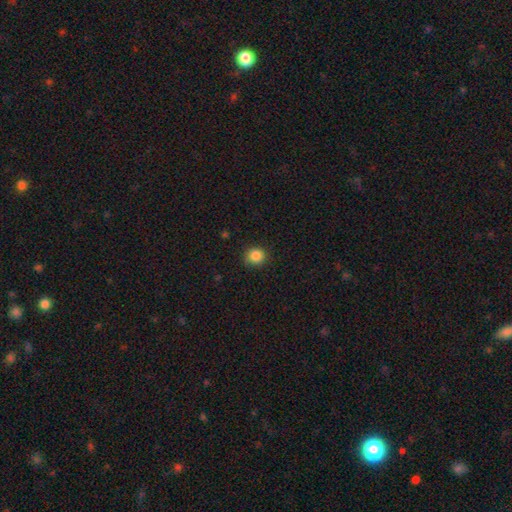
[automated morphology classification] smooth-or-featured: smooth: 85% | star or artifact: 11% | featured or disk: 4%
  how-rounded: round: 90% | in between: 9% | cigar-shaped: 1%
  merging: none: 83% | minor disturbance: 13% | major disturbance: 3% | merger: 1%